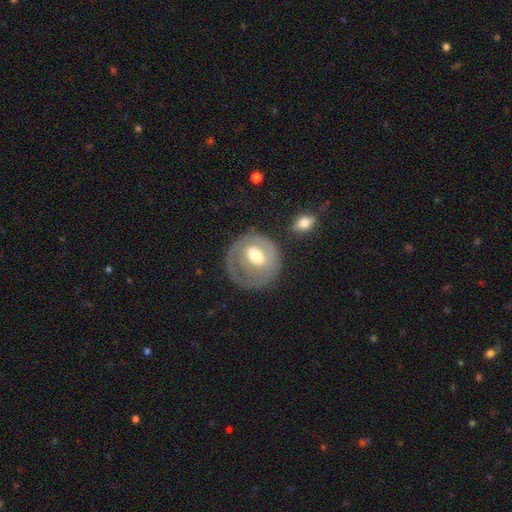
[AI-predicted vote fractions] smooth_or_featured: featured or disk (p=0.63) [alt: smooth p=0.32]
disk_edge_on: no (p=0.95) [alt: yes p=0.05]
bar: weak (p=0.45) [alt: no p=0.34]
has_spiral_arms: yes (p=0.55) [alt: no p=0.45]
bulge_size: moderate (p=0.65) [alt: large p=0.20]
merging: none (p=0.59) [alt: minor disturbance p=0.20]